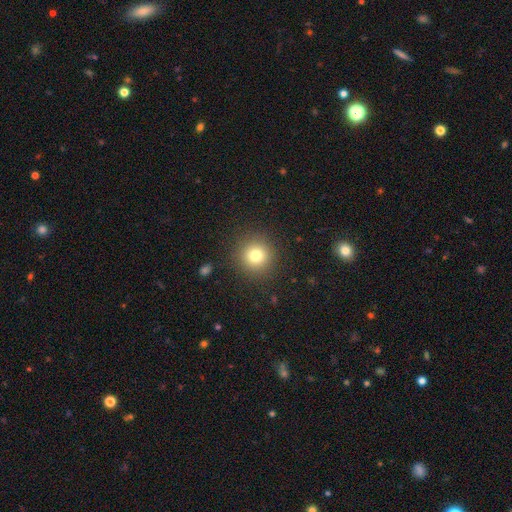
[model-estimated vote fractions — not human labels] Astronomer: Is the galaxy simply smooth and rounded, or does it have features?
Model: smooth — 78%.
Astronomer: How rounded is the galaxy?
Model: round — 94%.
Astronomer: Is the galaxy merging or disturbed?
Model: none — 90%.